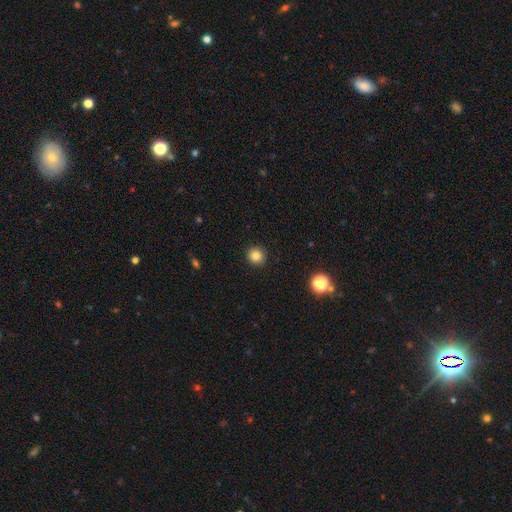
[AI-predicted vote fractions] smooth 84%, star or artifact 12%, featured or disk 5%. Down the decision tree: how rounded — round (94%); merging — none (93%).